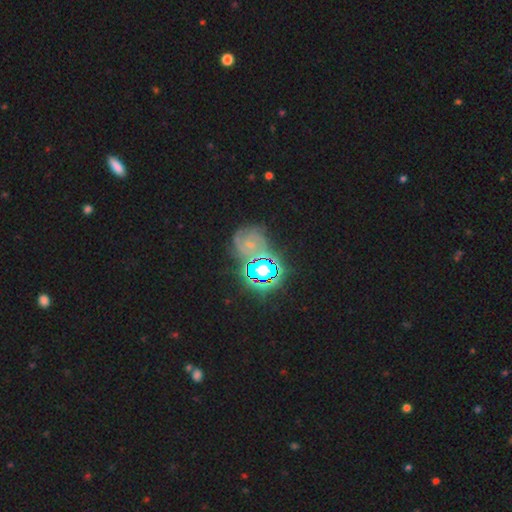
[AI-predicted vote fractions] star or artifact 78%, smooth 14%, featured or disk 8%.